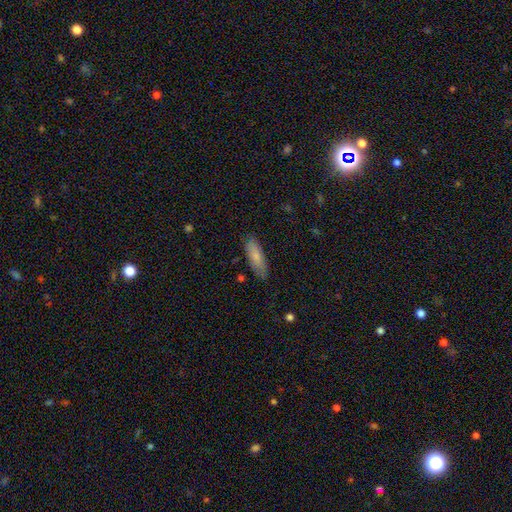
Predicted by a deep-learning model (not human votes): Smooth or featured?
  - smooth: 81% *
  - featured or disk: 13%
  - star or artifact: 6%
How rounded?
  - in between: 53% *
  - cigar-shaped: 45%
  - round: 2%
Merging?
  - none: 82% *
  - minor disturbance: 14%
  - major disturbance: 3%
  - merger: 1%